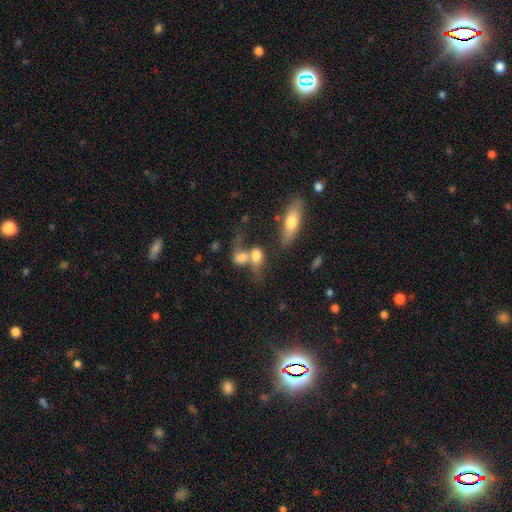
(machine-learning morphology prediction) Smooth or featured?
  - smooth: 67% *
  - featured or disk: 22%
  - star or artifact: 11%
How rounded?
  - in between: 64% *
  - round: 30%
  - cigar-shaped: 6%
Merging?
  - merger: 63% *
  - none: 19%
  - major disturbance: 10%
  - minor disturbance: 9%